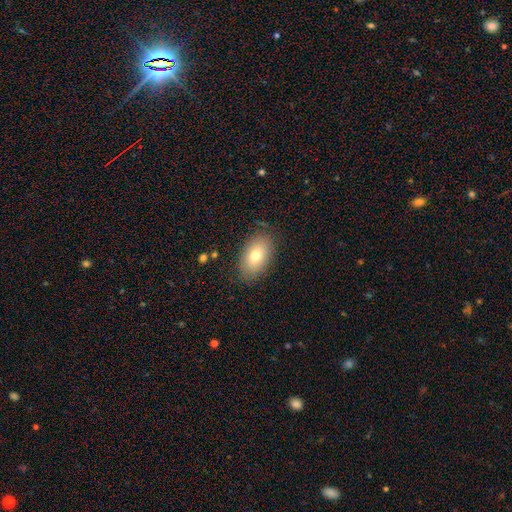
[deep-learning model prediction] Overall: smooth (74%). How rounded: in between (91%). Merging: none (83%).